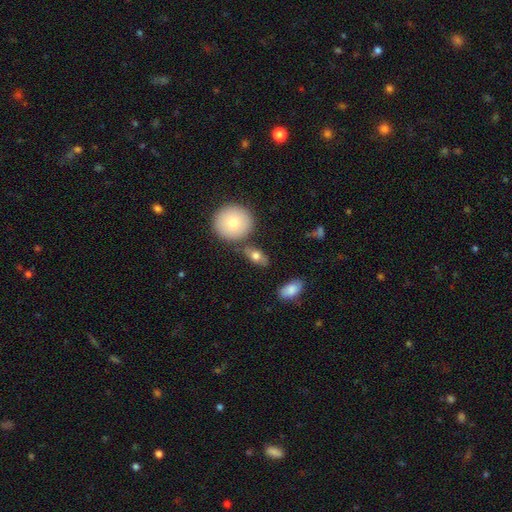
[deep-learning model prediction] Smooth or featured? smooth (70%)
How rounded? in between (71%)
Merging? none (72%)